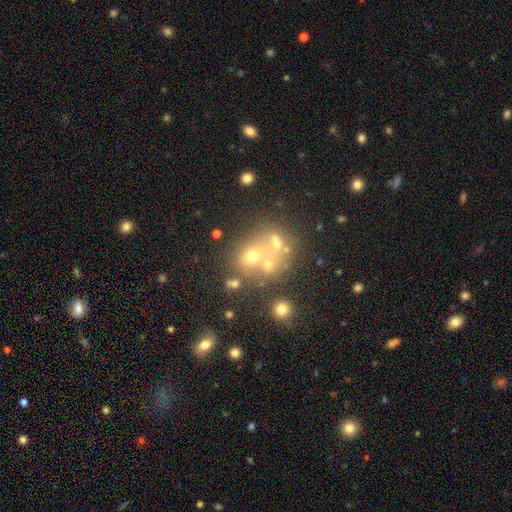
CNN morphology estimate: smooth_or_featured: smooth (p=0.46) [alt: star or artifact p=0.29]
merging: none (p=0.44) [alt: merger p=0.36]